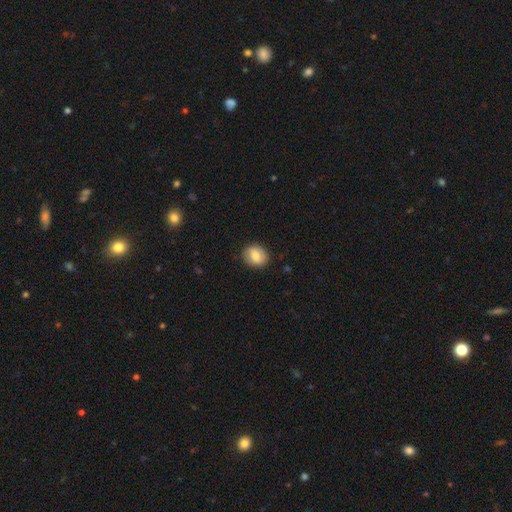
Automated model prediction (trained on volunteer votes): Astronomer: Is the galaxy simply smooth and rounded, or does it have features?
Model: smooth — 78%.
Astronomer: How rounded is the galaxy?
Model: round — 57% (runner-up: in between, 42%).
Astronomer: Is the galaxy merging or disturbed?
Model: none — 86%.